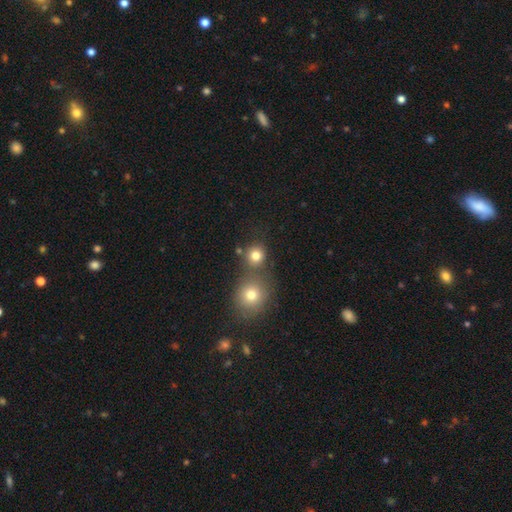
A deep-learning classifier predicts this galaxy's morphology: smooth 79%, star or artifact 14%, featured or disk 7%. Down the decision tree: how rounded — round (87%); merging — none (64%).